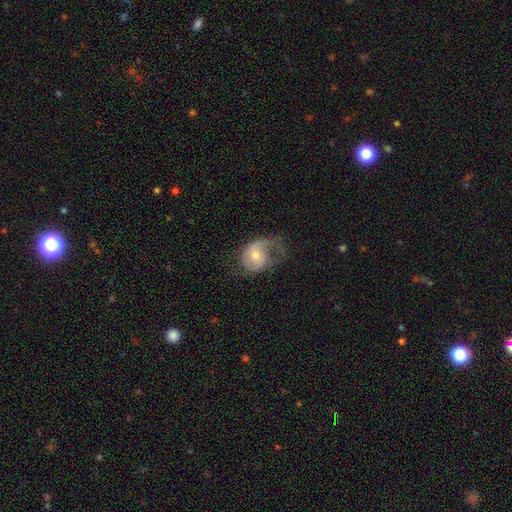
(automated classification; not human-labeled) This appears to be a featured or disk galaxy (64%) with no bar (66%), spiral arms (81%) and a moderate central bulge (54%). Merging: major disturbance (38%).